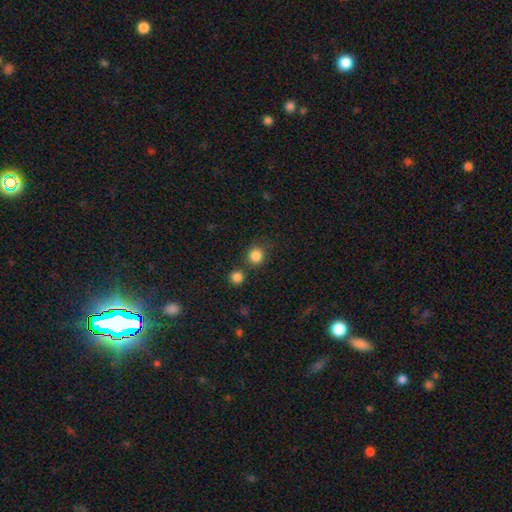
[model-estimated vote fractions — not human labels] Smooth or featured: smooth — 84% (star or artifact — 12%)
How rounded: round — 87% (in between — 12%)
Merging: none — 73% (merger — 13%)